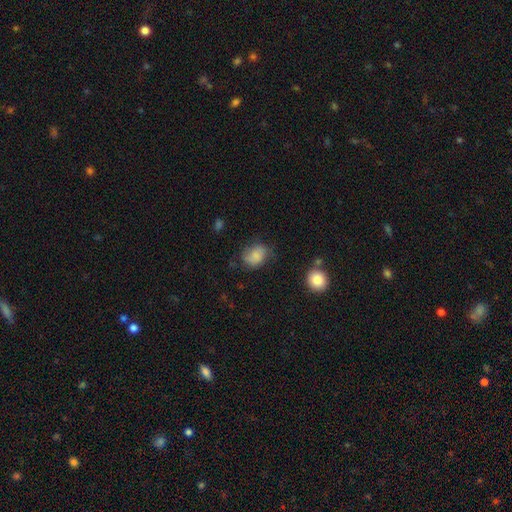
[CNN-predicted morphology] The model was most divided on "how rounded": in between: 61%, round: 38%, cigar-shaped: 1%. More confident: smooth or featured — smooth (77%); merging — none (58%).